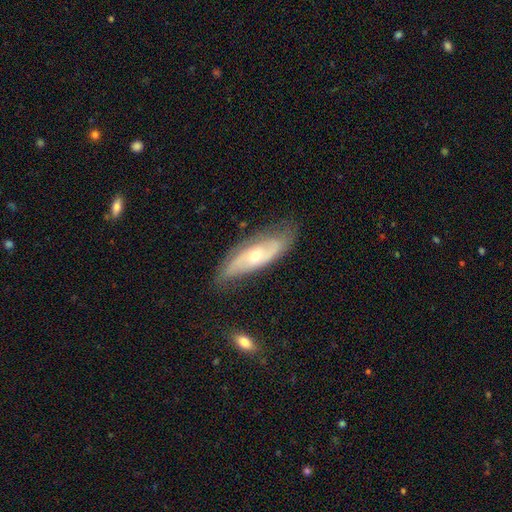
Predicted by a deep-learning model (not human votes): Smooth or featured?
  - featured or disk: 69% *
  - smooth: 25%
  - star or artifact: 6%
Edge-on disk?
  - no: 80% *
  - yes: 20%
Bar?
  - no: 70% *
  - weak: 24%
  - strong: 6%
Spiral arms?
  - yes: 82% *
  - no: 18%
Bulge size?
  - moderate: 53% *
  - small: 43%
  - large: 2%
  - none: 1%
  - dominant: 1%
Merging?
  - none: 72% *
  - minor disturbance: 21%
  - major disturbance: 6%
  - merger: 2%